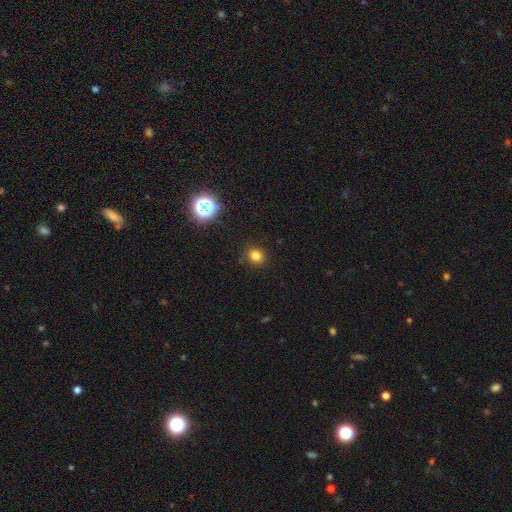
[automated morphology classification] Smooth or featured? Predicted: smooth (p=0.79). How rounded? Predicted: round (p=0.77). Merging? Predicted: none (p=0.86).